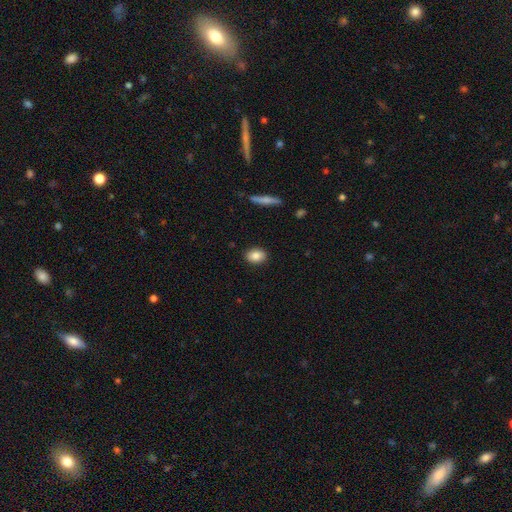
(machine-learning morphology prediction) A smooth galaxy with no disk features (85%) that is in between round and cigar-shaped (78%). Merging: none (89%).